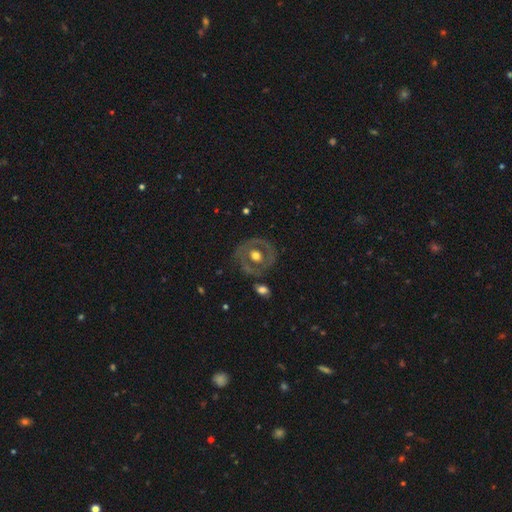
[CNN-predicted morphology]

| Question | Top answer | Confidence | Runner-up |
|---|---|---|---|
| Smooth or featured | featured or disk | 60% | smooth (34%) |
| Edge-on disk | no | 94% | yes (6%) |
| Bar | no | 79% | weak (15%) |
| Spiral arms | no | 80% | yes (20%) |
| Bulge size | moderate | 68% | large (22%) |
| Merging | none | 75% | minor disturbance (15%) |